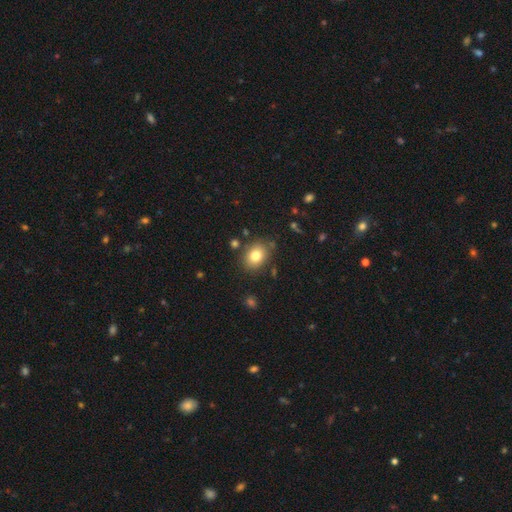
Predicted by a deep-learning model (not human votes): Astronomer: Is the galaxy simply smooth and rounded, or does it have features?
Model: smooth — 80%.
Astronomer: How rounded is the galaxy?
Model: in between — 58% (runner-up: round, 41%).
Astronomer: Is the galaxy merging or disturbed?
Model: none — 81%.